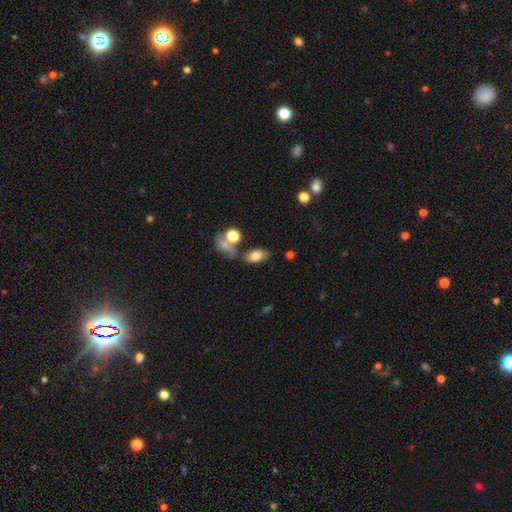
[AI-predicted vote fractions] Morphology: type=smooth (75%); roundness=in between (89%); merging=none (65%).